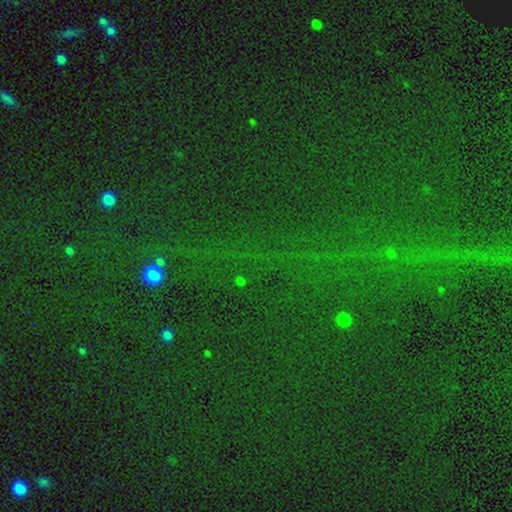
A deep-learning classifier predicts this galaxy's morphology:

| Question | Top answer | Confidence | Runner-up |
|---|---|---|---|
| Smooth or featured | star or artifact | 81% | smooth (11%) |